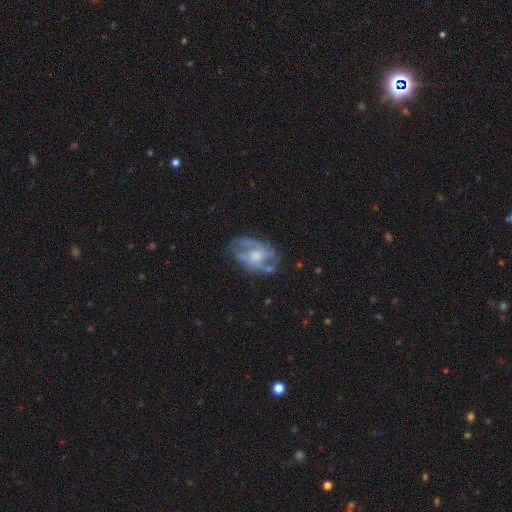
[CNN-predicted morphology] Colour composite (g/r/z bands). It shows a featured or disk galaxy (73%) with no bar (68%), spiral arms (70%) and a moderate central bulge (46%). Merging: none (55%).